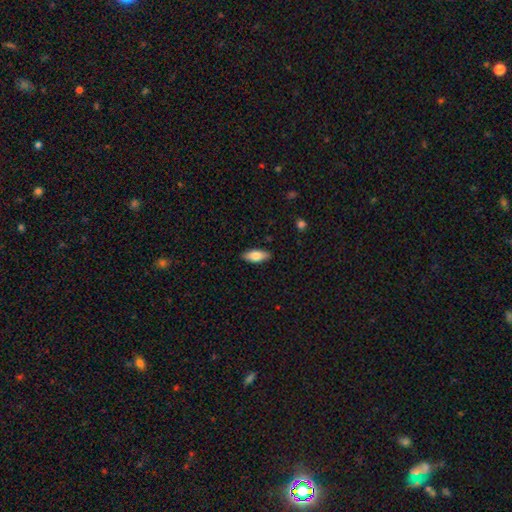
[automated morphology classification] Q: Smooth or featured?
A: smooth (77%); runner-up: featured or disk (17%)
Q: How rounded?
A: in between (80%); runner-up: cigar-shaped (17%)
Q: Merging?
A: none (88%); runner-up: minor disturbance (9%)